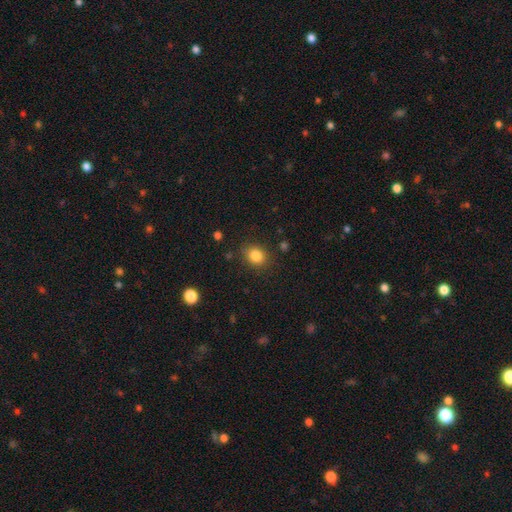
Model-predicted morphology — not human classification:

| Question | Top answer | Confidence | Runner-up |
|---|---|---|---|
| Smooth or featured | smooth | 84% | star or artifact (11%) |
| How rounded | round | 57% | in between (42%) |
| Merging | none | 84% | minor disturbance (11%) |